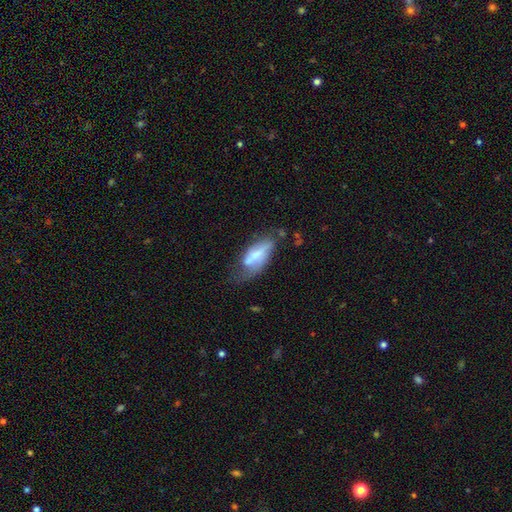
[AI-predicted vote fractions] Overall: smooth (53%; featured or disk 39%). How rounded: in between (79%). Merging: none (35%; minor disturbance 33%).